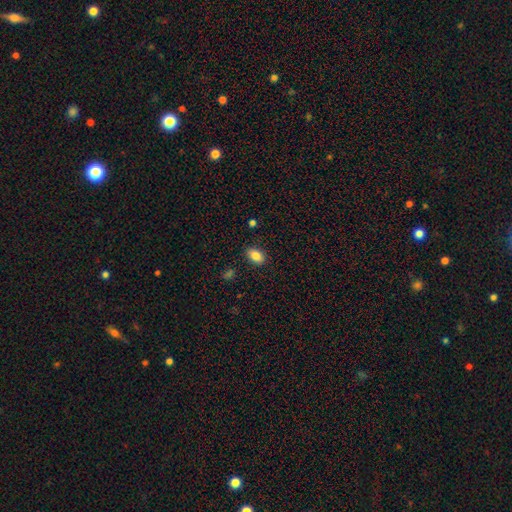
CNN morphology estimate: This is clearly a smooth galaxy (85%). How rounded: clearly in between (85%). Merging: clearly none (87%).